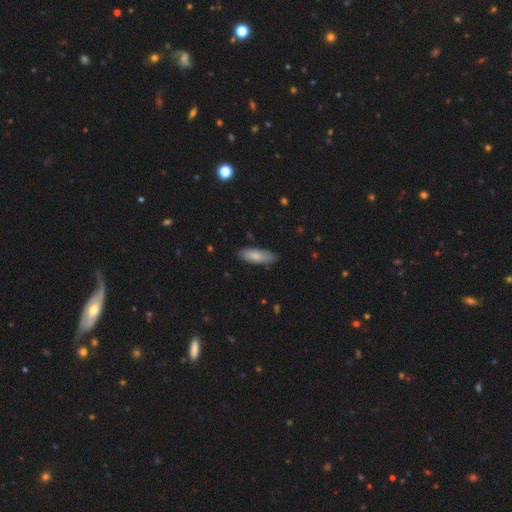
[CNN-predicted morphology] Smooth or featured: smooth — 79% (featured or disk — 15%)
How rounded: in between — 62% (cigar-shaped — 36%)
Merging: none — 84% (minor disturbance — 12%)